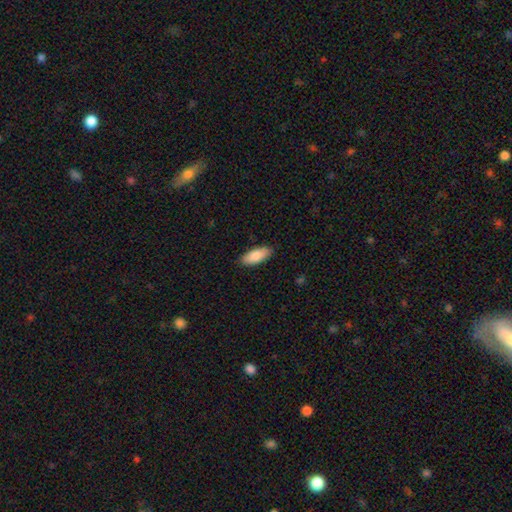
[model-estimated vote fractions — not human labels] Overall: smooth (86%). How rounded: in between (80%). Merging: none (89%).